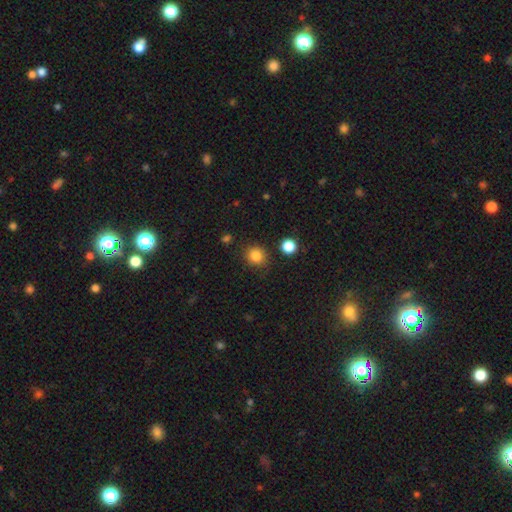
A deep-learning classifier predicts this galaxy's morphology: Smooth or featured? smooth (85%)
How rounded? round (88%)
Merging? none (86%)